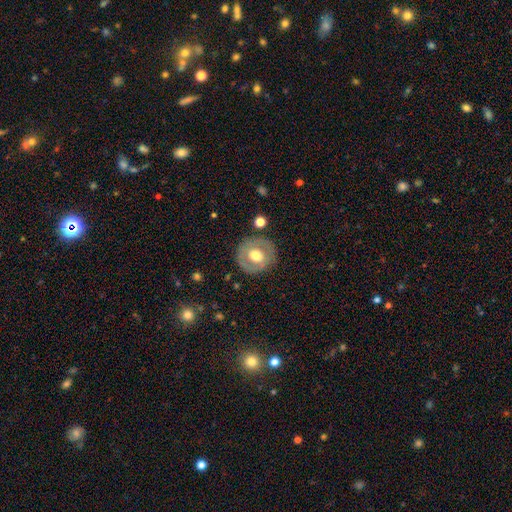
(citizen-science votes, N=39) Smooth or featured? featured or disk (56%)
Edge-on disk? no (100%)
Bar? no (82%)
Spiral arms? no (73%)
Bulge size? moderate (73%)
Merging? none (71%)